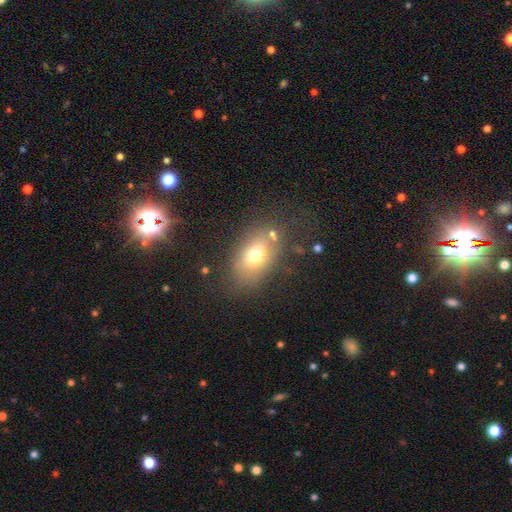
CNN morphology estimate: Smooth or featured? smooth (69%)
How rounded? in between (81%)
Merging? none (69%)